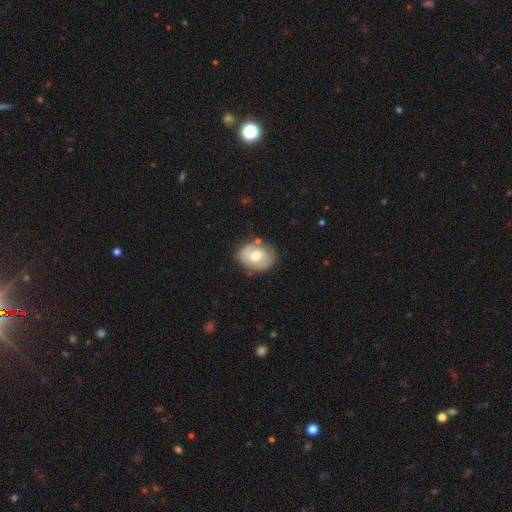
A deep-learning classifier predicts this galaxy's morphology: This is possibly a smooth galaxy (54%). How rounded: possibly in between (53%). Merging: likely none (73%).